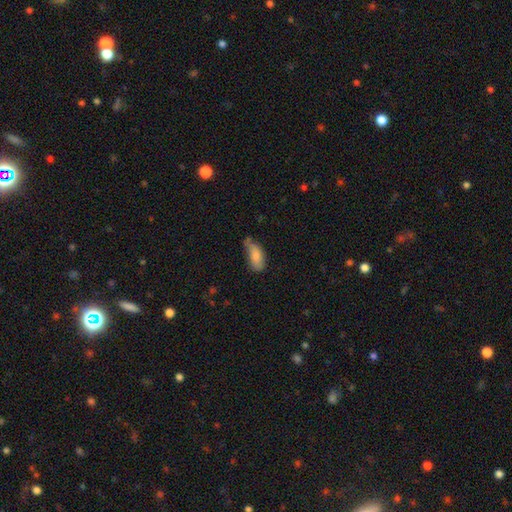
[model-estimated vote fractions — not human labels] A smooth galaxy with no disk features (81%) that is in between round and cigar-shaped (85%).

Vote fractions:
- Smooth or featured? smooth: 81% / featured or disk: 12% / star or artifact: 7%
- How rounded? in between: 85% / cigar-shaped: 12% / round: 2%
- Merging? none: 44% / minor disturbance: 37% / major disturbance: 11% / merger: 8%